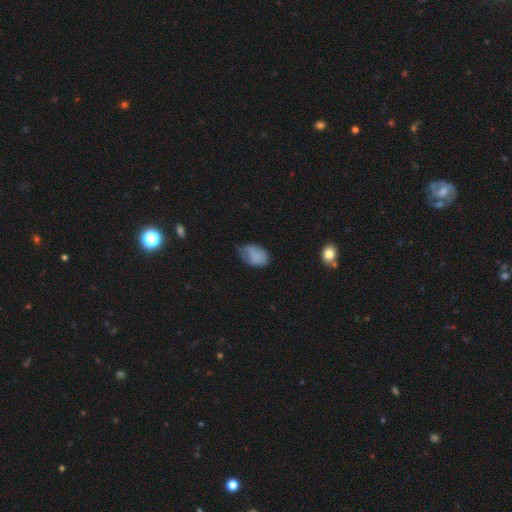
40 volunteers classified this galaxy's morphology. Smooth or featured: smooth — 78% (featured or disk — 18%)
How rounded: in between — 90% (round — 10%)
Merging: minor disturbance — 53% (none — 45%)